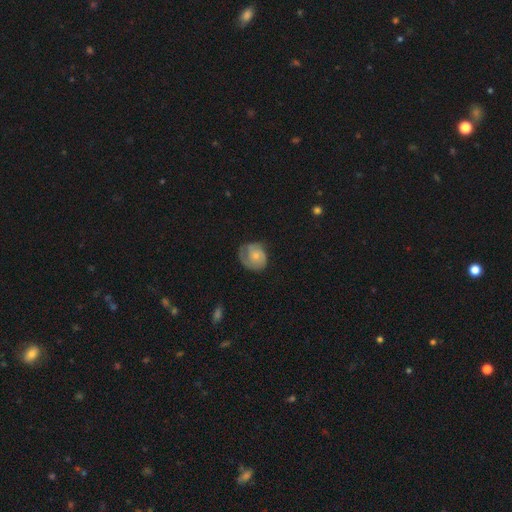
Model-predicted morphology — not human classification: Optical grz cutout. It shows a featured or disk galaxy (57%) with no bar (79%), spiral arms (86%) and a small central bulge (61%). Merging: none (55%).